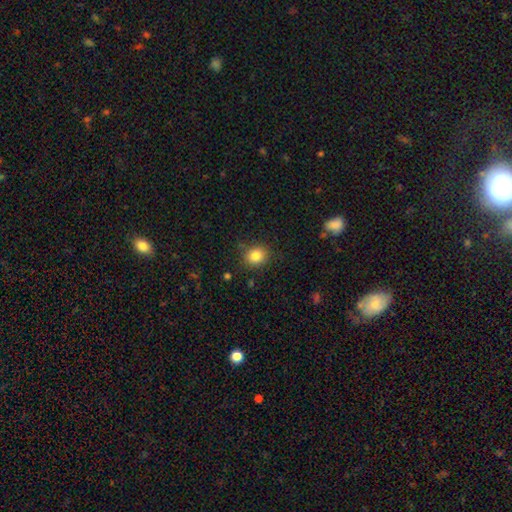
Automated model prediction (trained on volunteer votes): Q: Smooth or featured?
A: smooth (84%); runner-up: star or artifact (11%)
Q: How rounded?
A: round (70%); runner-up: in between (29%)
Q: Merging?
A: none (84%); runner-up: minor disturbance (11%)